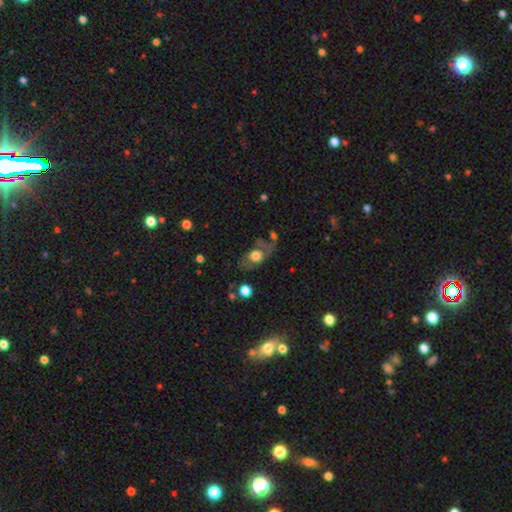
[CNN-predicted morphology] Smooth or featured?
  - smooth: 51% *
  - featured or disk: 40%
  - star or artifact: 9%
How rounded?
  - in between: 74% *
  - round: 23%
  - cigar-shaped: 3%
Merging?
  - none: 53% *
  - minor disturbance: 23%
  - major disturbance: 17%
  - merger: 8%